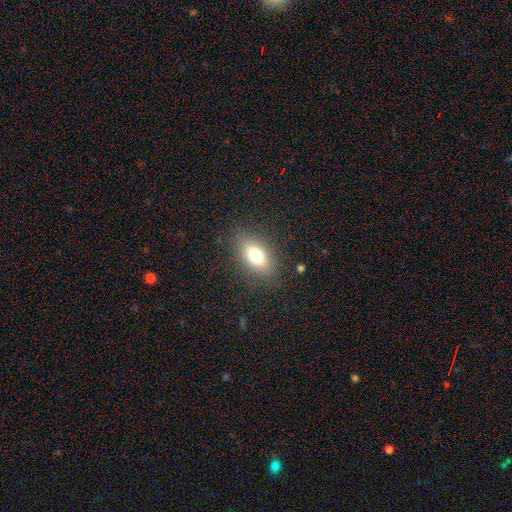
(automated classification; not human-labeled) Smooth or featured?
  - smooth: 74% *
  - featured or disk: 16%
  - star or artifact: 10%
How rounded?
  - in between: 84% *
  - round: 10%
  - cigar-shaped: 6%
Merging?
  - none: 84% *
  - minor disturbance: 11%
  - major disturbance: 4%
  - merger: 1%